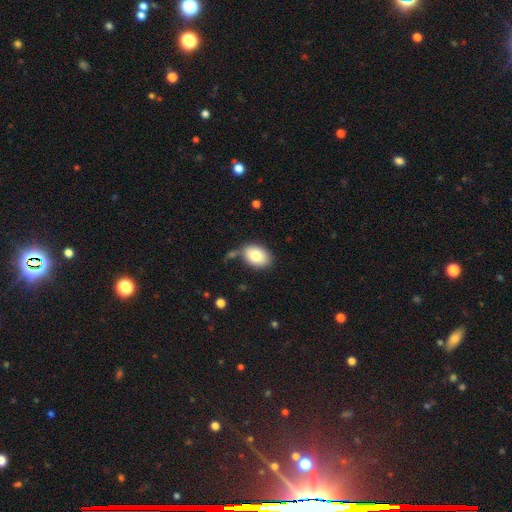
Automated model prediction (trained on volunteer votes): Smooth or featured? smooth (80%)
How rounded? in between (79%)
Merging? none (72%)